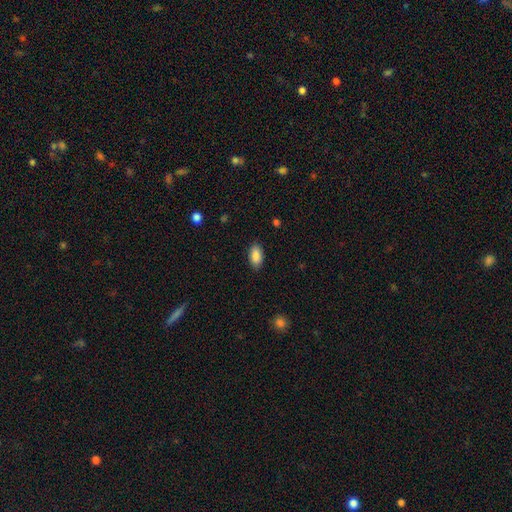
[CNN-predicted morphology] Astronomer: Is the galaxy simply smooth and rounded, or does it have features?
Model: smooth — 87%.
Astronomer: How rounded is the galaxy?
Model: in between — 93%.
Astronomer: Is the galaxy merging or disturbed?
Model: none — 87%.